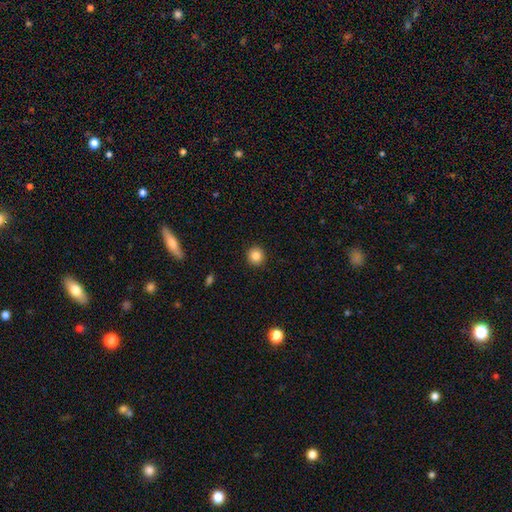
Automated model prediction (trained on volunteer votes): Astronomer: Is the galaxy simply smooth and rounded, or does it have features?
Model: smooth — 86%.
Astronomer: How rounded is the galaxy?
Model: round — 93%.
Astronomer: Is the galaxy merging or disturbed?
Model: none — 92%.